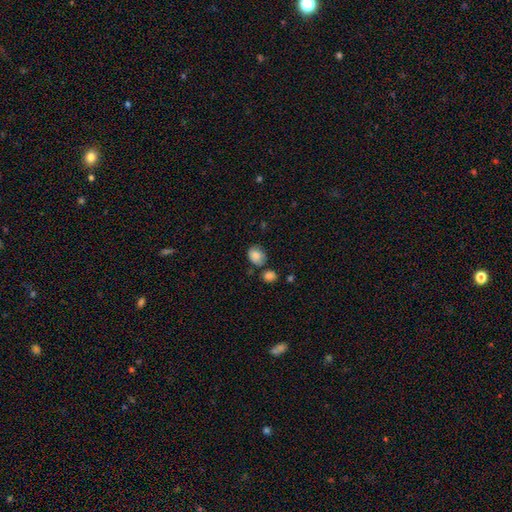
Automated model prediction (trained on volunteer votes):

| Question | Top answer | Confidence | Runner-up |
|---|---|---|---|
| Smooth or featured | smooth | 82% | featured or disk (9%) |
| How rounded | in between | 59% | round (40%) |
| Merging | none | 61% | minor disturbance (22%) |